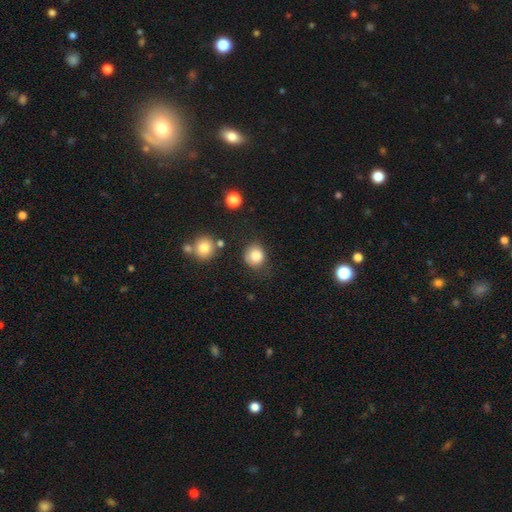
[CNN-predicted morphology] Smooth or featured: smooth — 84% (star or artifact — 10%)
How rounded: round — 80% (in between — 19%)
Merging: none — 70% (minor disturbance — 20%)